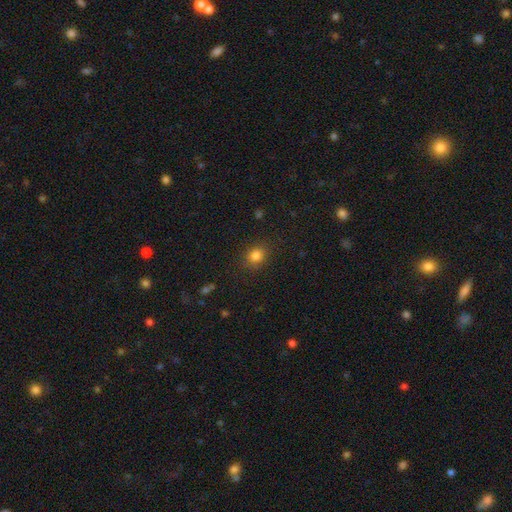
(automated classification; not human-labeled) Q: Smooth or featured?
A: smooth (82%); runner-up: star or artifact (12%)
Q: How rounded?
A: round (62%); runner-up: in between (37%)
Q: Merging?
A: none (85%); runner-up: minor disturbance (10%)